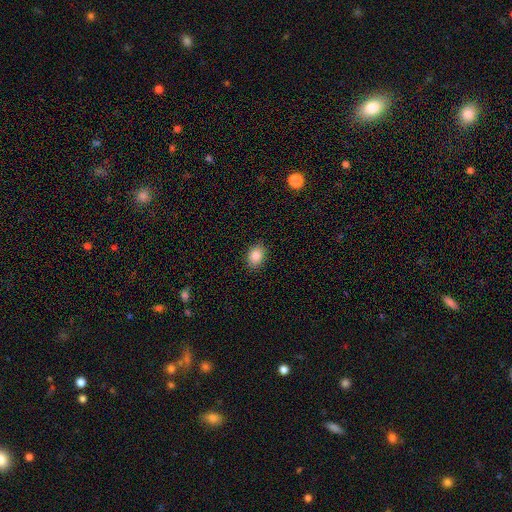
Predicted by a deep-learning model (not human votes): A smooth galaxy with no disk features (85%) that is in between round and cigar-shaped (69%).

Vote fractions:
- Smooth or featured? smooth: 85% / star or artifact: 9% / featured or disk: 6%
- How rounded? in between: 69% / round: 30% / cigar-shaped: 1%
- Merging? none: 89% / minor disturbance: 8% / major disturbance: 2% / merger: 1%